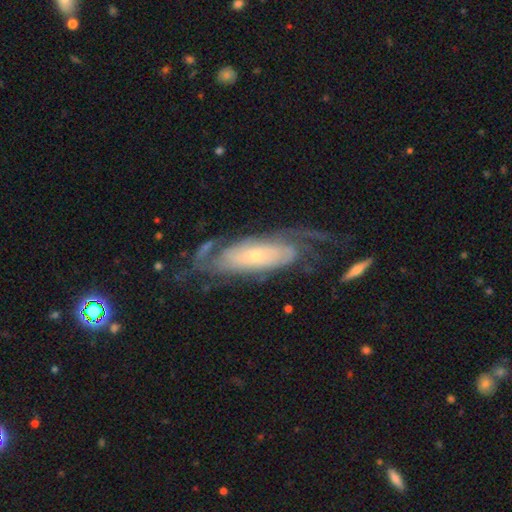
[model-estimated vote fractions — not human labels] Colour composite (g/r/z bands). It shows a featured or disk galaxy (79%) with no bar (72%), 2 (42%) tight (53%) spiral arms (88%) and a small central bulge (70%). Merging: none (58%).